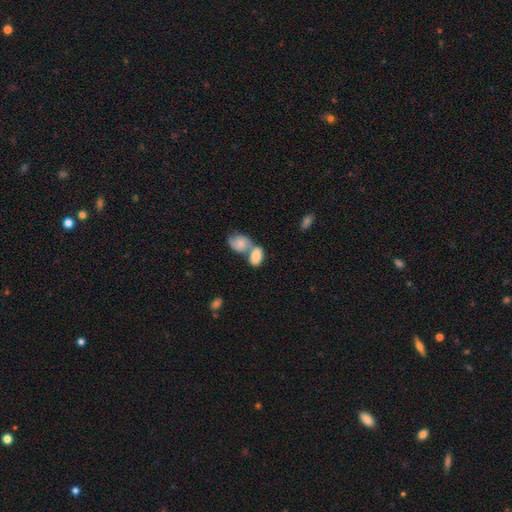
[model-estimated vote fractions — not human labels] The model was most divided on "merging": merger: 66%, none: 21%, minor disturbance: 9%, major disturbance: 4%. More confident: how rounded — in between (86%); smooth or featured — smooth (76%).